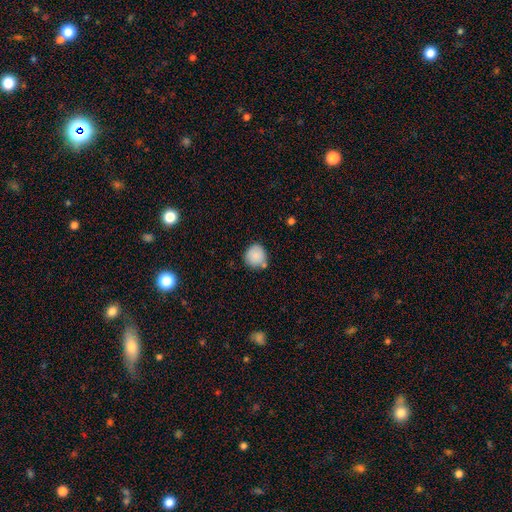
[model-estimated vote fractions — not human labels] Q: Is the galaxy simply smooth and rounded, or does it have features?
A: smooth — 87%.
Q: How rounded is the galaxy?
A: round — 88%.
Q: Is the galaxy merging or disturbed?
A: none — 68%.